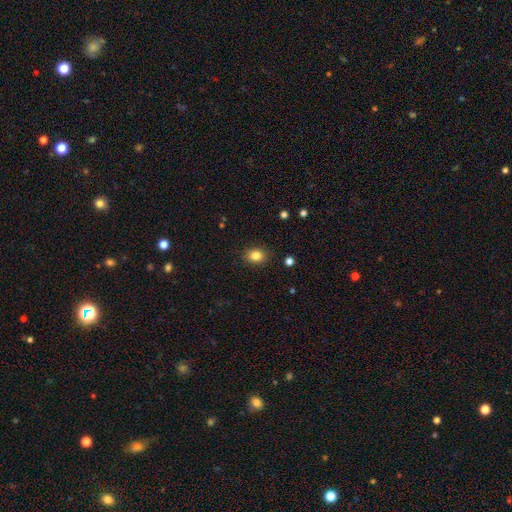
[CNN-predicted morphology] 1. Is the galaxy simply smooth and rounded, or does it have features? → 84% smooth, 11% star or artifact, 6% featured or disk.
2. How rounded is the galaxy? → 55% in between, 44% round, 1% cigar-shaped.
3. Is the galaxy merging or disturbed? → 88% none, 8% minor disturbance, 2% major disturbance, 1% merger.